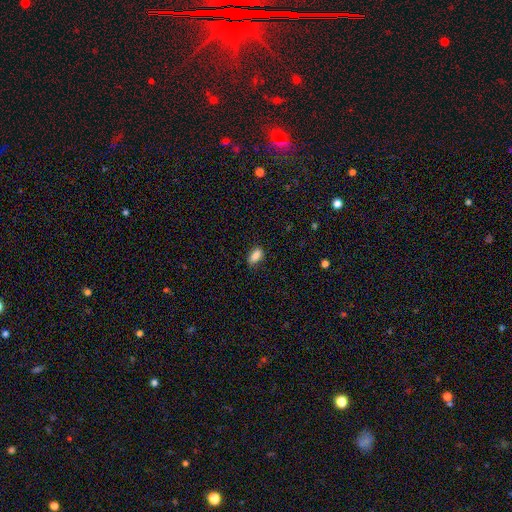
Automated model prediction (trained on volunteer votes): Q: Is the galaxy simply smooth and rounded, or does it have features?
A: smooth — 87%.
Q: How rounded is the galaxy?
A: in between — 90%.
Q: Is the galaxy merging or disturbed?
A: none — 84%.